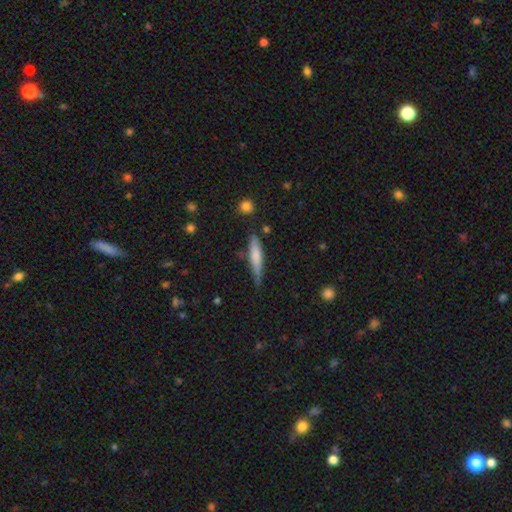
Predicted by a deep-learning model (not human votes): Q: Smooth or featured?
A: smooth (63%); runner-up: featured or disk (30%)
Q: How rounded?
A: cigar-shaped (83%); runner-up: in between (15%)
Q: Merging?
A: none (66%); runner-up: minor disturbance (25%)